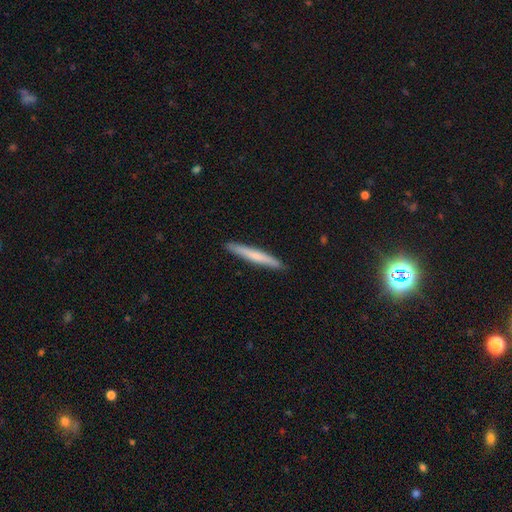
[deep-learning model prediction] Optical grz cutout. It shows a smooth galaxy with no disk features (63%) that is cigar-shaped (96%). Merging: none (91%).